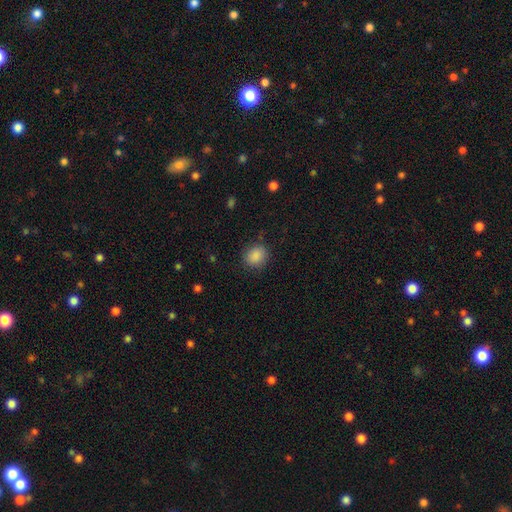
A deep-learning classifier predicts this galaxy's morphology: A smooth galaxy with no disk features (88%) that is round (69%).

Vote fractions:
- Smooth or featured? smooth: 88% / star or artifact: 9% / featured or disk: 4%
- How rounded? round: 69% / in between: 30% / cigar-shaped: 1%
- Merging? none: 83% / minor disturbance: 12% / major disturbance: 4% / merger: 1%